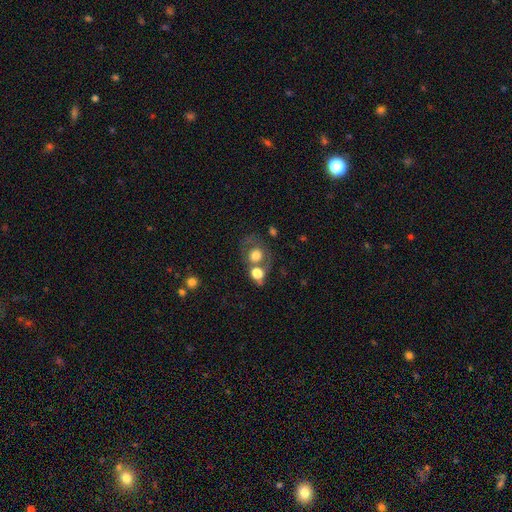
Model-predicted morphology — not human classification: This is likely a smooth galaxy (65%). How rounded: likely round (71%). Merging: marginally none (42%).